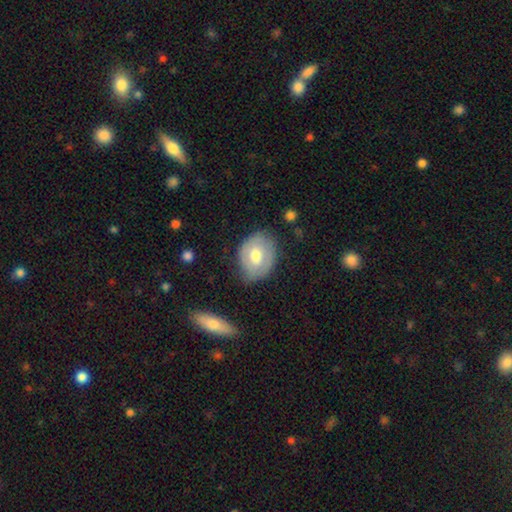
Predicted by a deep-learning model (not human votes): Smooth or featured? Predicted: smooth (p=0.56). How rounded? Predicted: in between (p=0.64). Merging? Predicted: none (p=0.71).